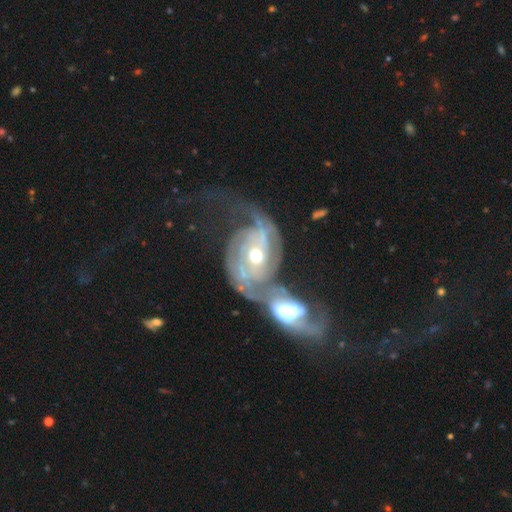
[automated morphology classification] Smooth or featured? featured or disk (85%)
Edge-on disk? no (97%)
Bar? no (58%)
Spiral arms? yes (90%)
Spiral winding? tight (44%)
Spiral arm count? 2 (60%)
Bulge size? moderate (72%)
Merging? merger (67%)